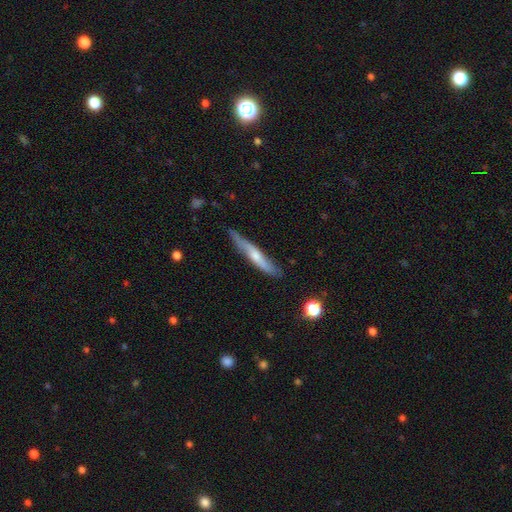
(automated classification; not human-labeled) Smooth or featured? Predicted: featured or disk (p=0.50). Merging? Predicted: none (p=0.74).